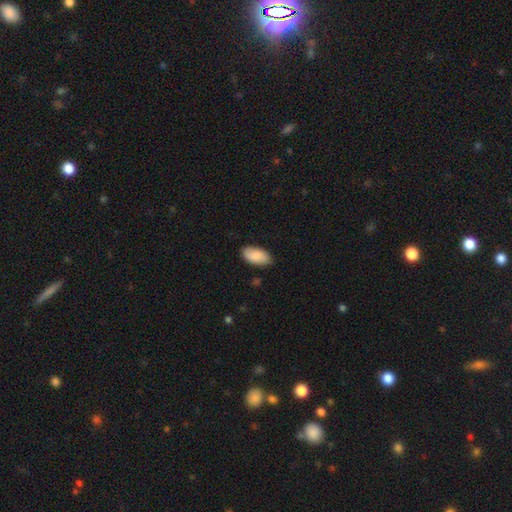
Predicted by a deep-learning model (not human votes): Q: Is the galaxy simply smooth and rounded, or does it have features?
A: smooth — 86%.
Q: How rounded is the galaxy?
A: in between — 95%.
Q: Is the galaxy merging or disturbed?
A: none — 82%.